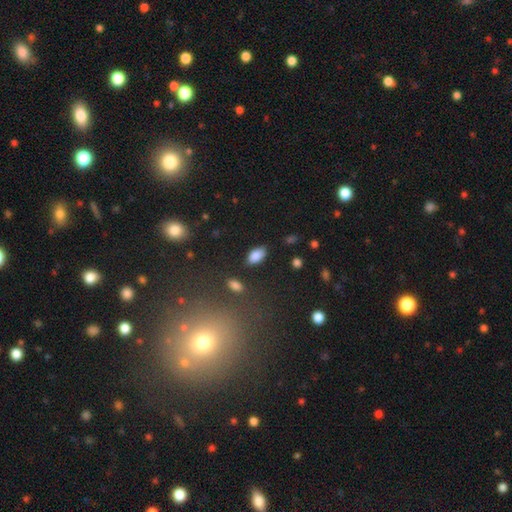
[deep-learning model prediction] smooth_or_featured: smooth (p=0.87) [alt: star or artifact p=0.08]
how_rounded: in between (p=0.93) [alt: round p=0.04]
merging: none (p=0.82) [alt: minor disturbance p=0.12]